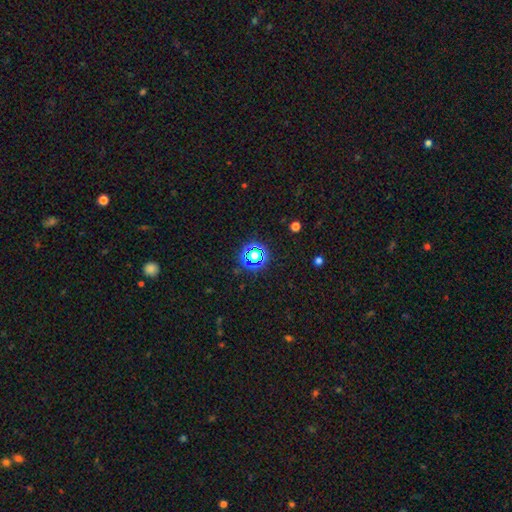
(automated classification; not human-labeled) smooth_or_featured: star or artifact (p=0.68) [alt: smooth p=0.23]